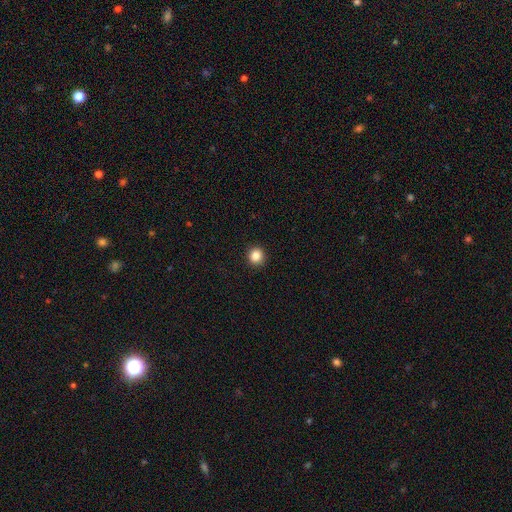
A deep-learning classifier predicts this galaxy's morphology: smooth-or-featured: smooth: 86% | star or artifact: 10% | featured or disk: 4%
  how-rounded: round: 92% | in between: 7% | cigar-shaped: 1%
  merging: none: 92% | minor disturbance: 5% | major disturbance: 2% | merger: 1%